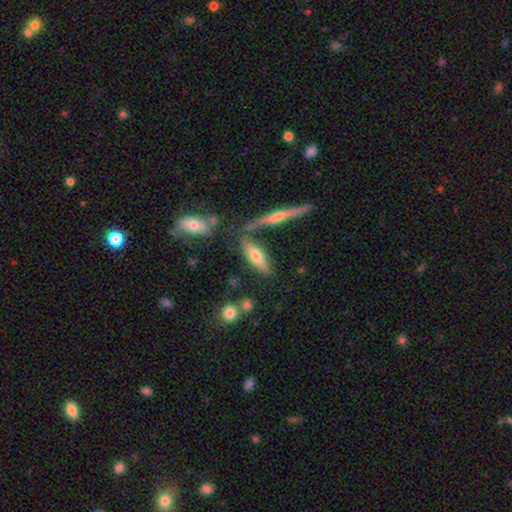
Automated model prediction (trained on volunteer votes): Overall: smooth (61%; featured or disk 30%). How rounded: in between (58%; cigar-shaped 39%). Merging: none (61%).